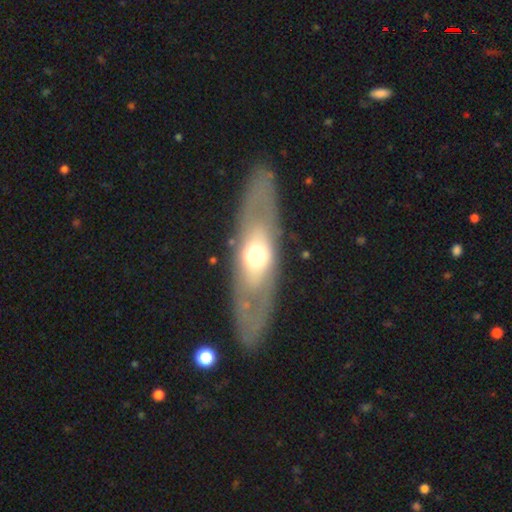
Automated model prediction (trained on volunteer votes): Overall: featured or disk (56%; smooth 37%). Edge-on disk: no (62%; yes 38%). Merging: none (80%).